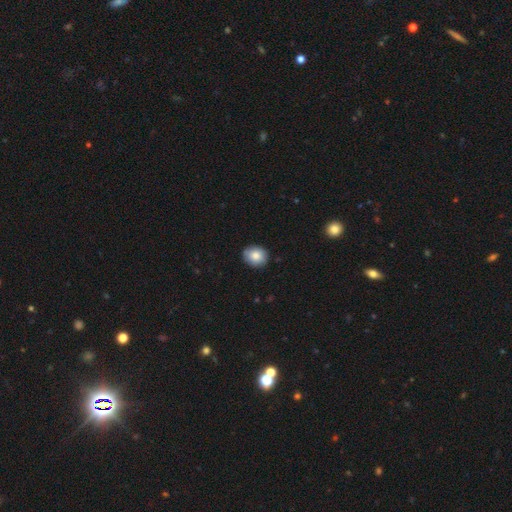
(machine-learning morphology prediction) Smooth or featured: smooth — 83% (featured or disk — 9%)
How rounded: round — 64% (in between — 35%)
Merging: none — 86% (minor disturbance — 11%)